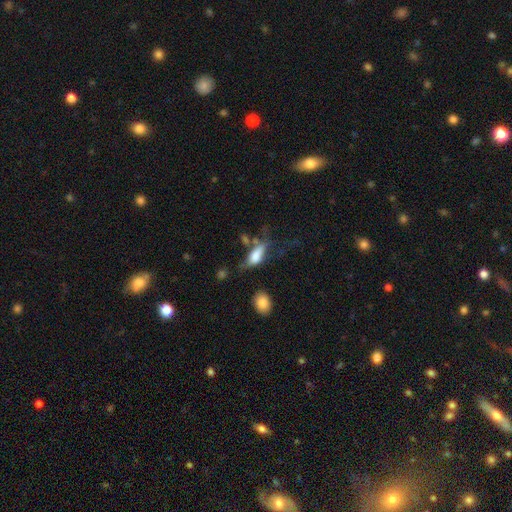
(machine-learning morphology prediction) A smooth galaxy with no disk features (63%) that is in between round and cigar-shaped (72%). Merging: none (32%).